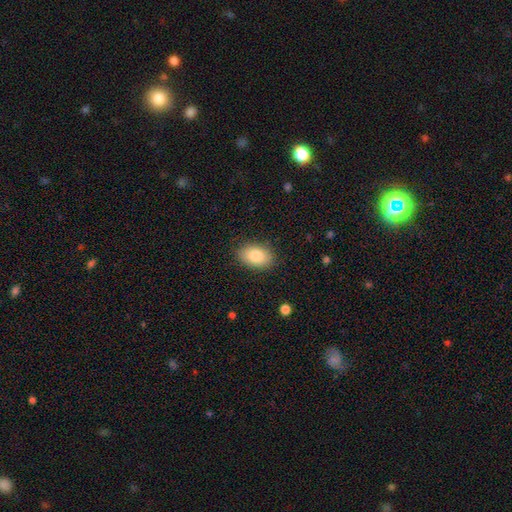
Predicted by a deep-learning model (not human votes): smooth-or-featured: smooth: 84% | featured or disk: 9% | star or artifact: 7%
  how-rounded: in between: 90% | round: 9% | cigar-shaped: 1%
  merging: none: 86% | minor disturbance: 11% | major disturbance: 3% | merger: 1%